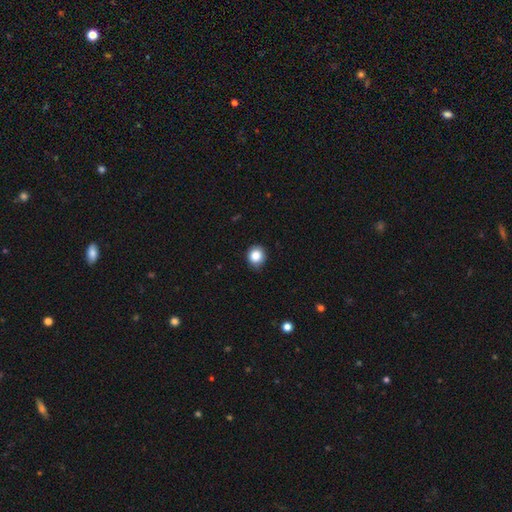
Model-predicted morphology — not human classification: Smooth or featured: smooth — 86% (star or artifact — 10%)
How rounded: round — 84% (in between — 15%)
Merging: none — 83% (minor disturbance — 14%)